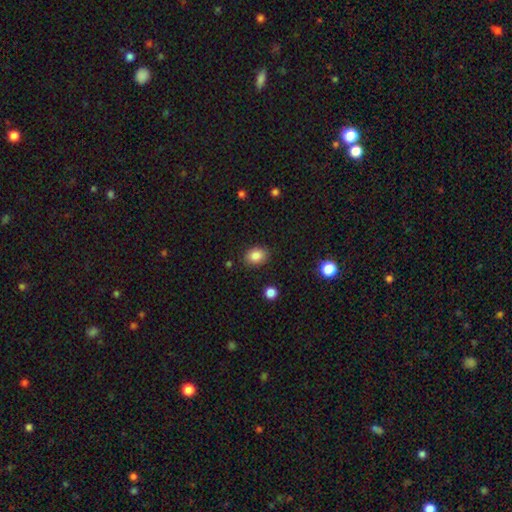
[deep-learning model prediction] Smooth or featured?
  - smooth: 85% *
  - star or artifact: 9%
  - featured or disk: 6%
How rounded?
  - in between: 63% *
  - round: 36%
  - cigar-shaped: 1%
Merging?
  - none: 85% *
  - minor disturbance: 10%
  - major disturbance: 3%
  - merger: 2%